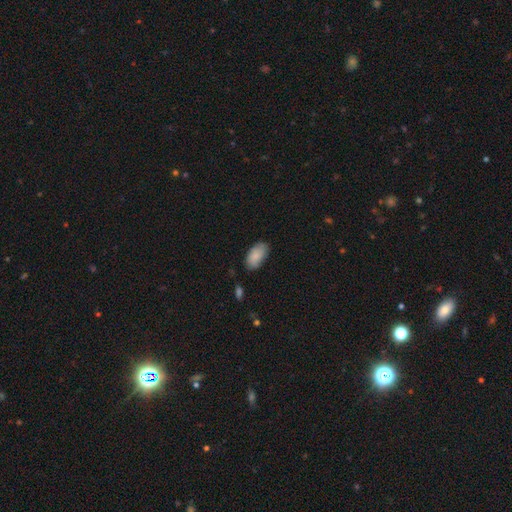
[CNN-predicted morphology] smooth 86%, featured or disk 8%, star or artifact 6%. Down the decision tree: how rounded — in between (94%); merging — none (77%).